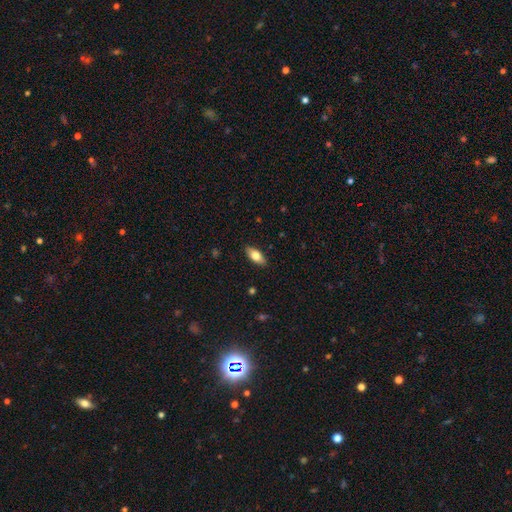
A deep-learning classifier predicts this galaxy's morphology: A smooth galaxy with no disk features (73%) that is in between round and cigar-shaped (83%).

Vote fractions:
- Smooth or featured? smooth: 73% / featured or disk: 20% / star or artifact: 6%
- How rounded? in between: 83% / cigar-shaped: 14% / round: 3%
- Merging? none: 88% / minor disturbance: 9% / major disturbance: 2% / merger: 1%